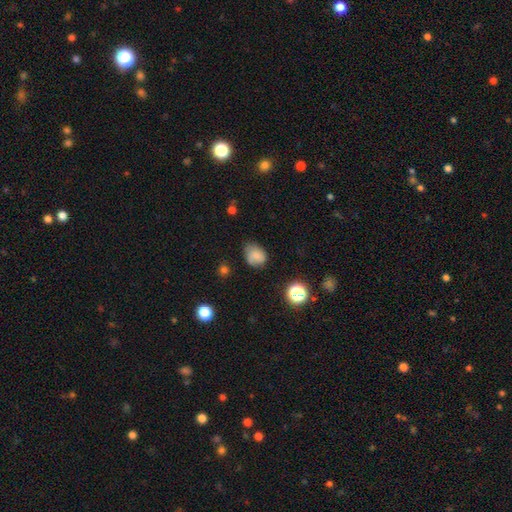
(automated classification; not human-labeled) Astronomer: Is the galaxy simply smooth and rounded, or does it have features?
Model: smooth — 76%.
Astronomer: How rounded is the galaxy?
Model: in between — 57% (runner-up: round, 42%).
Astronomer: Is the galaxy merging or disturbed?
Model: none — 53% (runner-up: minor disturbance, 34%).